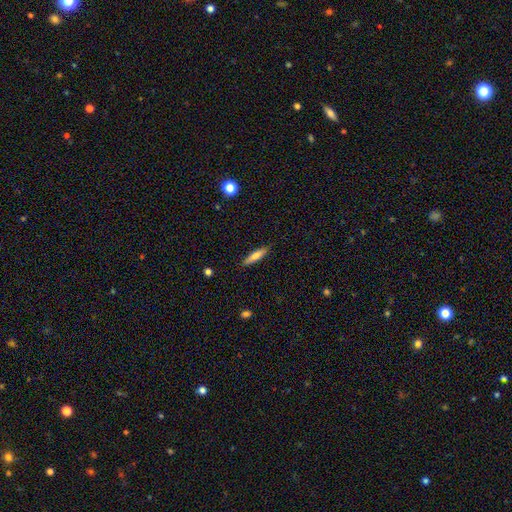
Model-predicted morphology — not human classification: type=smooth (66%); roundness=cigar-shaped (76%); merging=none (87%).